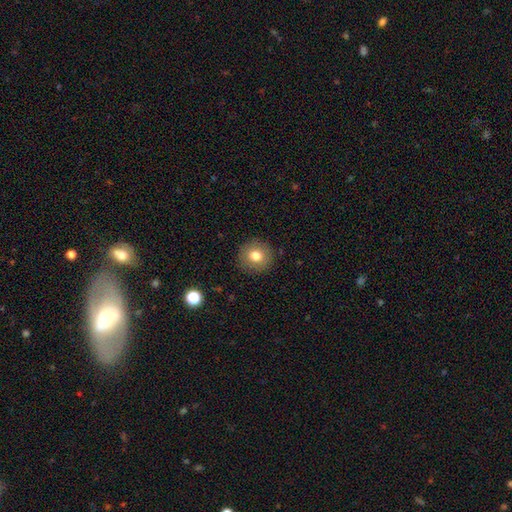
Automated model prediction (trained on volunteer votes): The model was most divided on "smooth or featured": smooth: 78%, featured or disk: 12%, star or artifact: 10%. More confident: how rounded — round (92%); merging — none (90%).